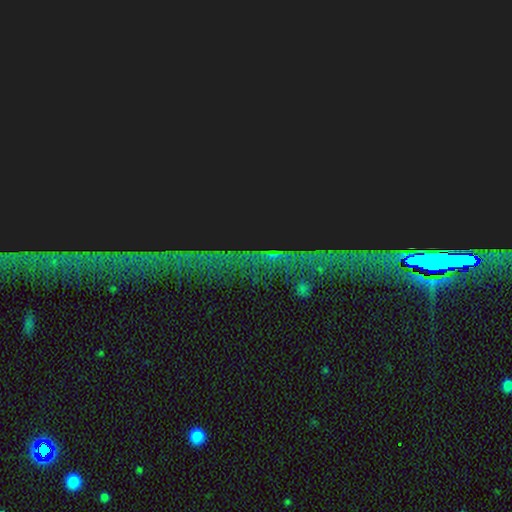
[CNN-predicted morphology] Smooth or featured: star or artifact — 87% (featured or disk — 7%)